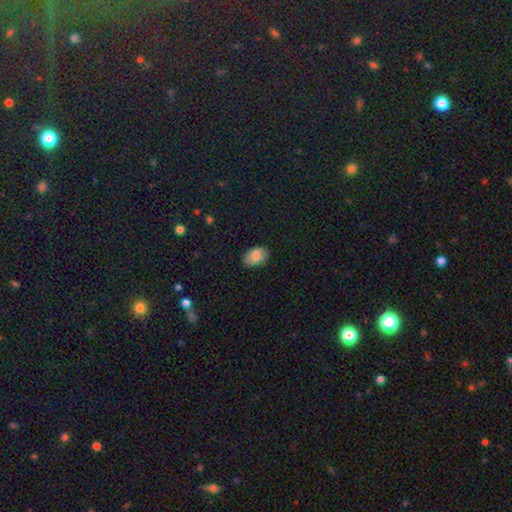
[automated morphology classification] This appears to be a smooth galaxy with no disk features (80%) that is in between round and cigar-shaped (90%). Merging: none (81%).